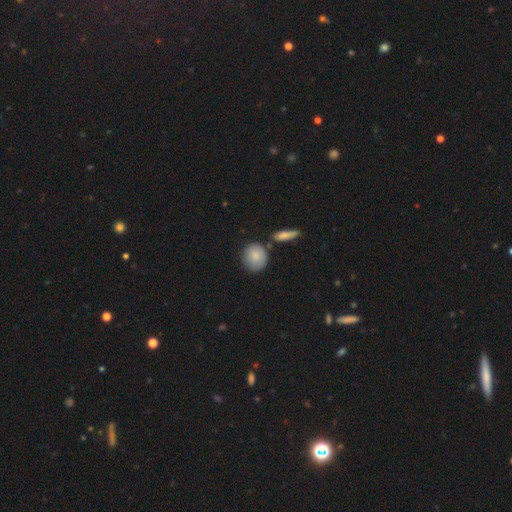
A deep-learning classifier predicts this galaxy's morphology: Smooth or featured: smooth — 85% (featured or disk — 8%)
How rounded: round — 77% (in between — 21%)
Merging: none — 72% (minor disturbance — 15%)